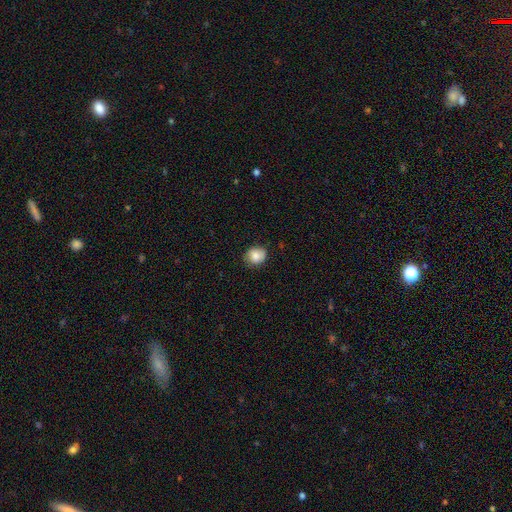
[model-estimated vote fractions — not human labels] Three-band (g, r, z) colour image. It shows a smooth galaxy with no disk features (81%) that is round (73%). Merging: none (79%).